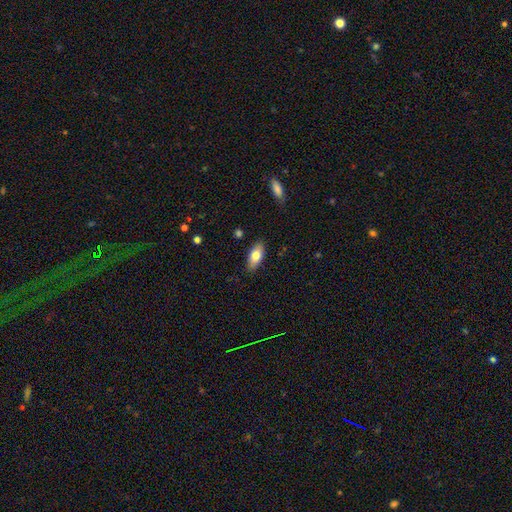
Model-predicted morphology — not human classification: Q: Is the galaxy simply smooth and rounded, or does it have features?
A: smooth — 78%.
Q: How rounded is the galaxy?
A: in between — 87%.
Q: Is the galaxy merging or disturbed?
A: none — 86%.